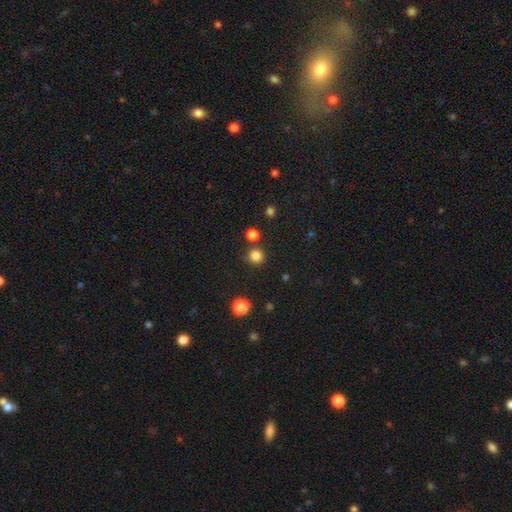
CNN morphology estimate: The model was most divided on "smooth or featured": smooth: 83%, star or artifact: 14%, featured or disk: 4%. More confident: how rounded — round (93%); merging — none (84%).